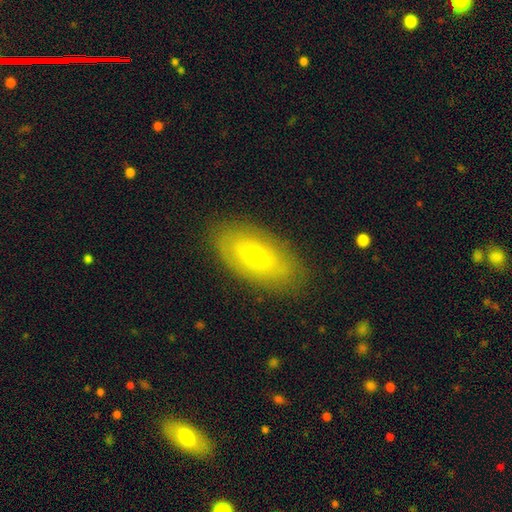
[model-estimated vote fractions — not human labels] Smooth or featured? Predicted: smooth (p=0.56). How rounded? Predicted: in between (p=0.90). Merging? Predicted: none (p=0.84).